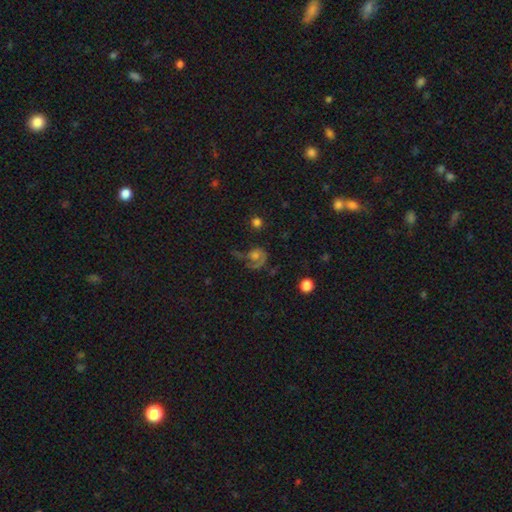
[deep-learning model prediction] Overall: featured or disk (56%; smooth 31%). Edge-on disk: no (97%). Bar: no (81%). Spiral arms: yes (78%). Bulge size: moderate (43%; small 26%). Merging: major disturbance (42%; none 33%).